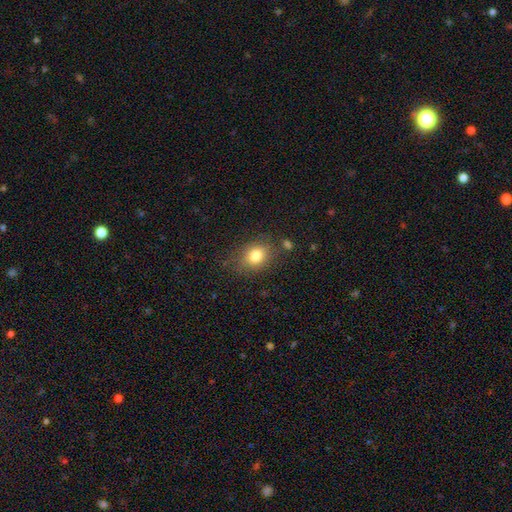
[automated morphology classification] Smooth or featured? smooth (81%)
How rounded? in between (59%)
Merging? none (79%)